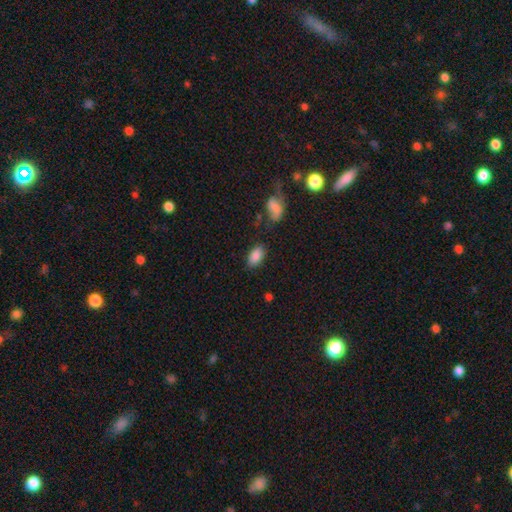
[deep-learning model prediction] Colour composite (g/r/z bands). It shows a smooth galaxy with no disk features (87%) that is in between round and cigar-shaped (92%). Merging: none (79%).